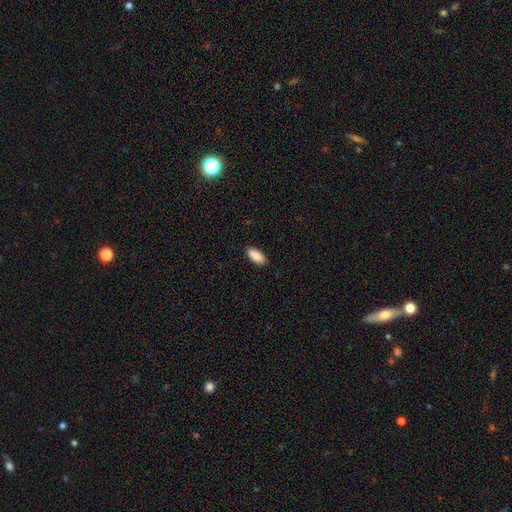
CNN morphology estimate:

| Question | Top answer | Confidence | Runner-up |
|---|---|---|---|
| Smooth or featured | smooth | 90% | star or artifact (6%) |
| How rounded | in between | 89% | cigar-shaped (9%) |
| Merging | none | 88% | minor disturbance (9%) |